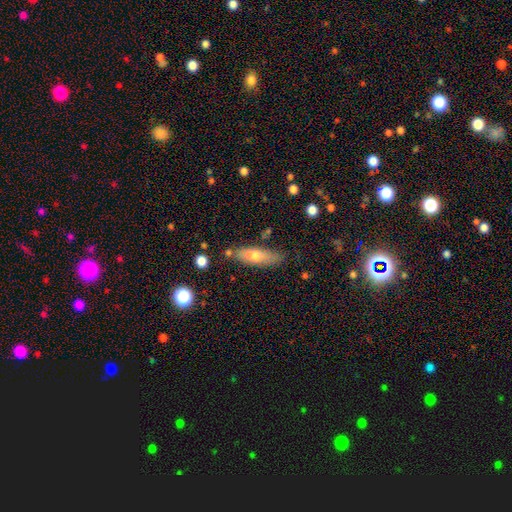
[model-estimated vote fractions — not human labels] smooth 64%, featured or disk 28%, star or artifact 8%. Down the decision tree: how rounded — cigar-shaped (59%); merging — none (77%).